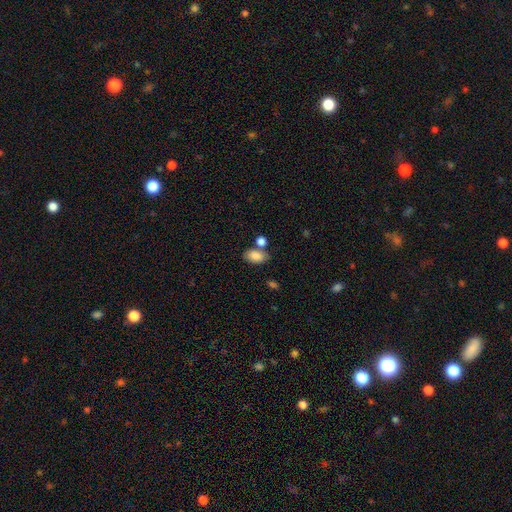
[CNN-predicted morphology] A smooth galaxy with no disk features (86%) that is in between round and cigar-shaped (90%).

Vote fractions:
- Smooth or featured? smooth: 86% / star or artifact: 8% / featured or disk: 6%
- How rounded? in between: 90% / round: 9% / cigar-shaped: 2%
- Merging? none: 60% / merger: 21% / minor disturbance: 14% / major disturbance: 5%